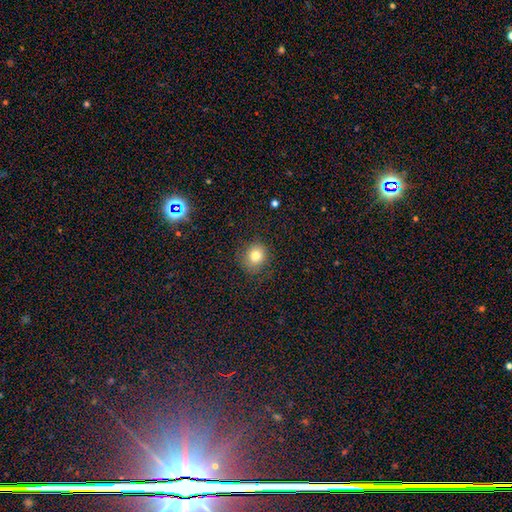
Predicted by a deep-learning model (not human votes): Smooth or featured? Predicted: smooth (p=0.79). How rounded? Predicted: round (p=0.84). Merging? Predicted: none (p=0.85).